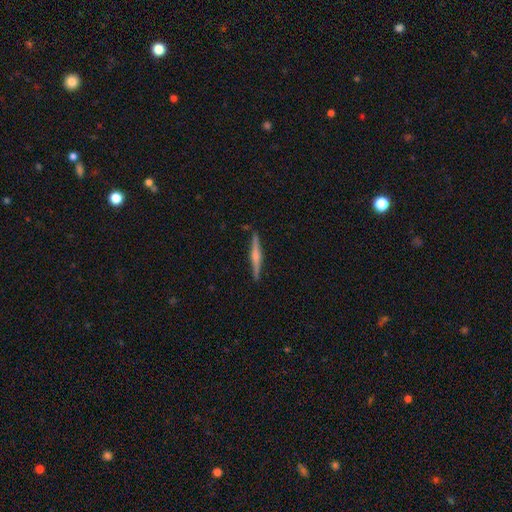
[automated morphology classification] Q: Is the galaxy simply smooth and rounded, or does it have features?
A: featured or disk — 68%.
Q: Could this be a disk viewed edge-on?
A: yes — 98%.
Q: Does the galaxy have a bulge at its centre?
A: rounded — 73%.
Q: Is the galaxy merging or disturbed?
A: none — 90%.